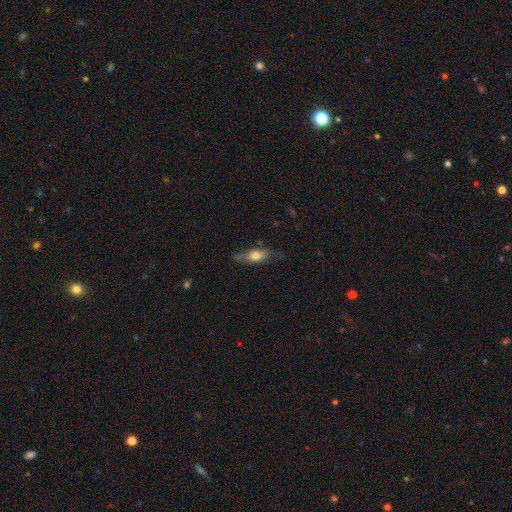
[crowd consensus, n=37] Smooth or featured: smooth — 76% (featured or disk — 22%)
How rounded: in between — 61% (cigar-shaped — 39%)
Merging: none — 67% (minor disturbance — 17%)